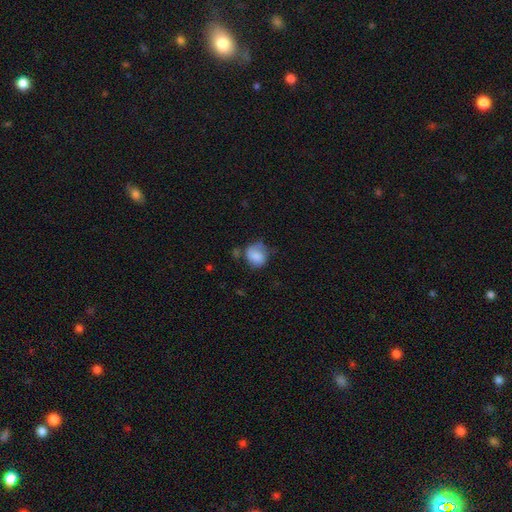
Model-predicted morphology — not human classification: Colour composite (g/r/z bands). It shows a smooth galaxy with no disk features (78%) that is round (65%). Merging: none (46%).